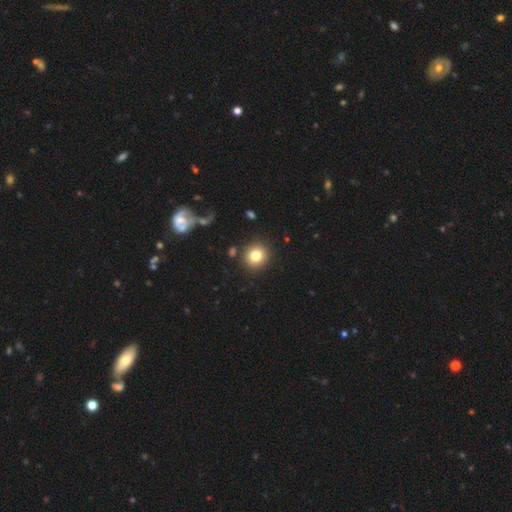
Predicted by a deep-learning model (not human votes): smooth-or-featured: smooth: 80% | star or artifact: 11% | featured or disk: 9%
  how-rounded: round: 89% | in between: 10% | cigar-shaped: 1%
  merging: none: 88% | minor disturbance: 7% | merger: 3% | major disturbance: 2%